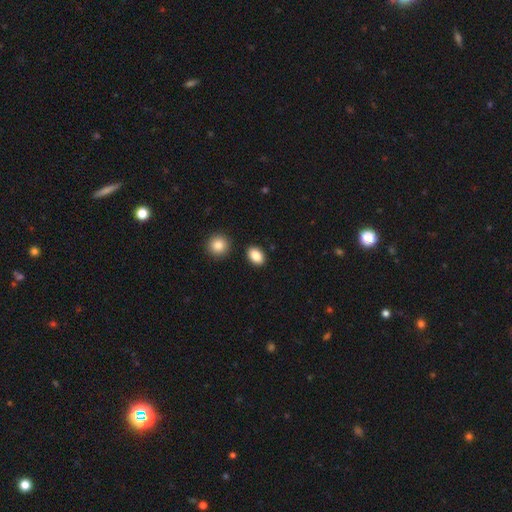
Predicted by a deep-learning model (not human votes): The model was most divided on "how rounded": in between: 82%, round: 16%, cigar-shaped: 1%. More confident: merging — none (87%); smooth or featured — smooth (87%).